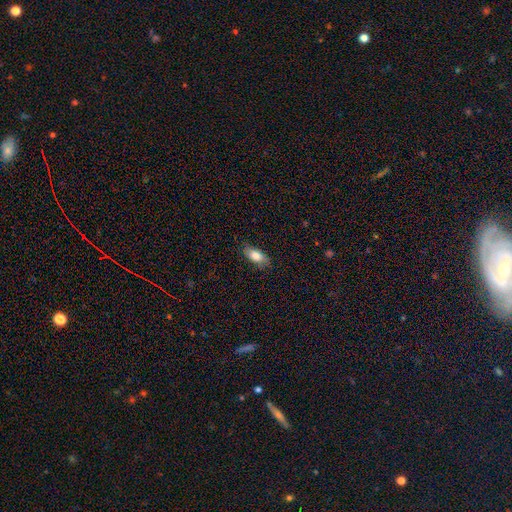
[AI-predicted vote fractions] The model was most divided on "merging": none: 81%, minor disturbance: 15%, major disturbance: 3%, merger: 1%. More confident: how rounded — in between (85%); smooth or featured — smooth (80%).